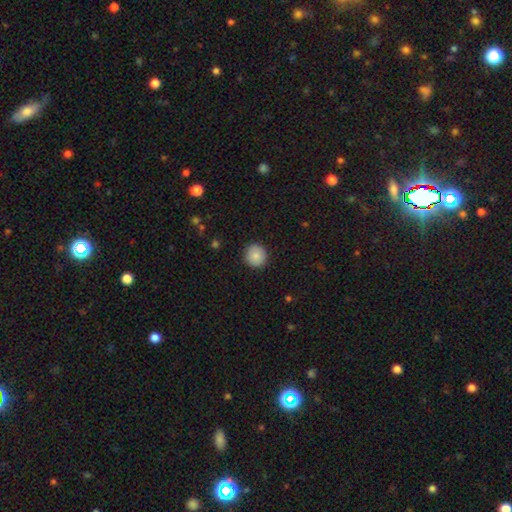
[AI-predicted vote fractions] Overall: smooth (85%). How rounded: round (93%). Merging: none (91%).